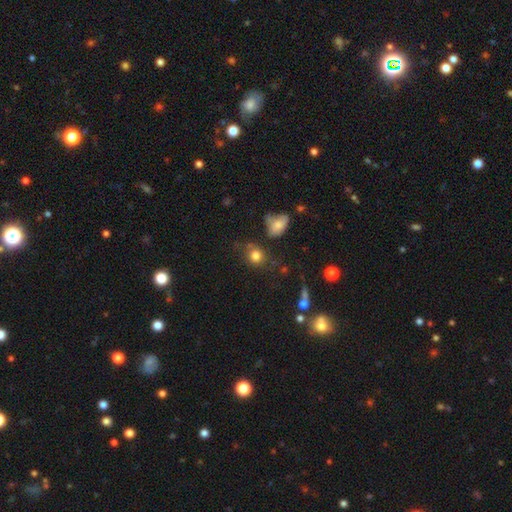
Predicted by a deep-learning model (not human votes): Overall: smooth (80%). How rounded: round (72%). Merging: none (61%).